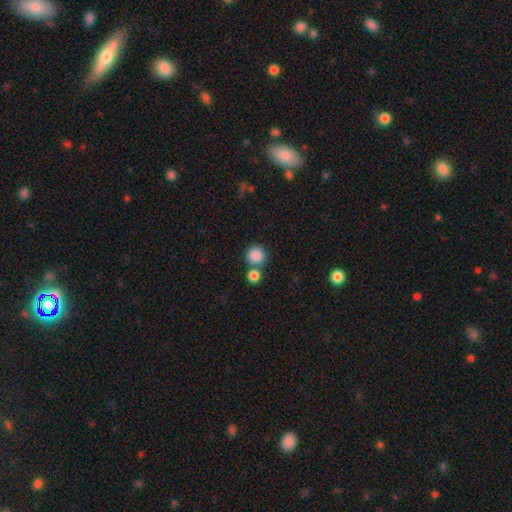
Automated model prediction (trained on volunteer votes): Smooth or featured: smooth — 86% (star or artifact — 9%)
How rounded: round — 93% (in between — 6%)
Merging: none — 67% (merger — 23%)